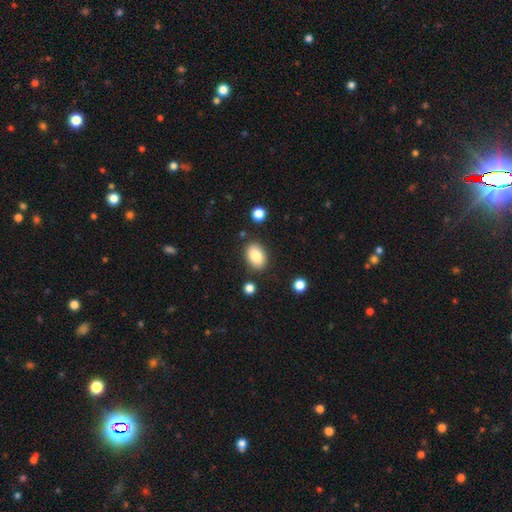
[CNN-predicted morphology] The model was most divided on "how rounded": in between: 82%, round: 16%, cigar-shaped: 1%. More confident: smooth or featured — smooth (85%); merging — none (82%).